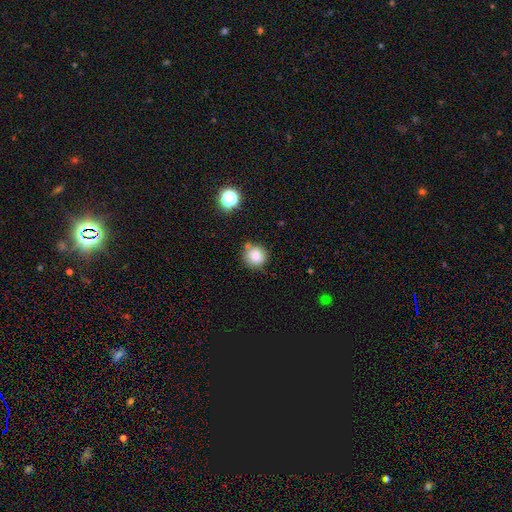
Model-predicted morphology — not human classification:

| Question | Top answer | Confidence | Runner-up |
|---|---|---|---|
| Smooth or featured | smooth | 81% | star or artifact (11%) |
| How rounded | round | 91% | in between (8%) |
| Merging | none | 73% | minor disturbance (16%) |